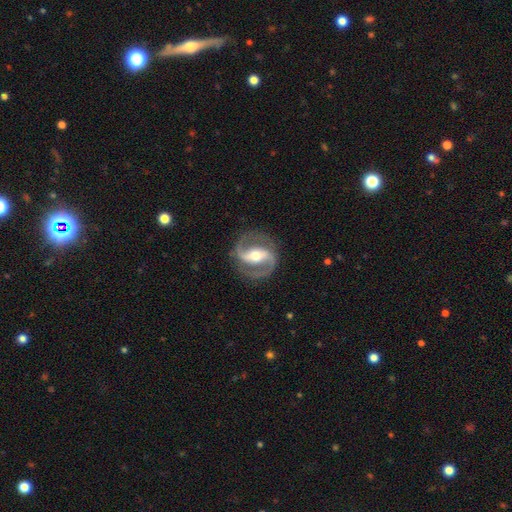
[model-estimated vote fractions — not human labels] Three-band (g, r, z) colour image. It shows a featured or disk galaxy (90%) with a strong bar (53%), 2 (94%) medium (57%) spiral arms (96%) and a moderate central bulge (70%). Merging: none (85%).